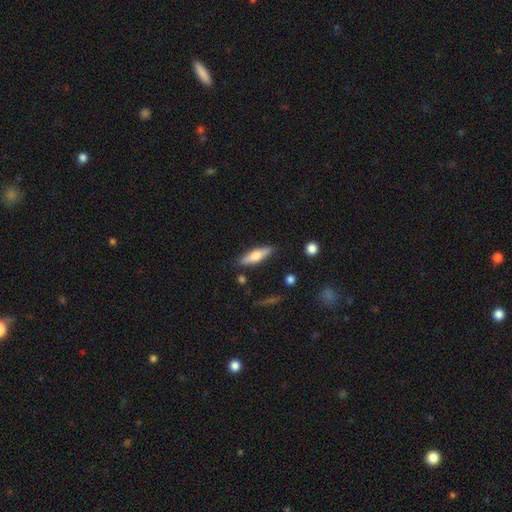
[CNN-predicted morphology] Smooth or featured? Predicted: smooth (p=0.58). How rounded? Predicted: cigar-shaped (p=0.61). Merging? Predicted: none (p=0.84).